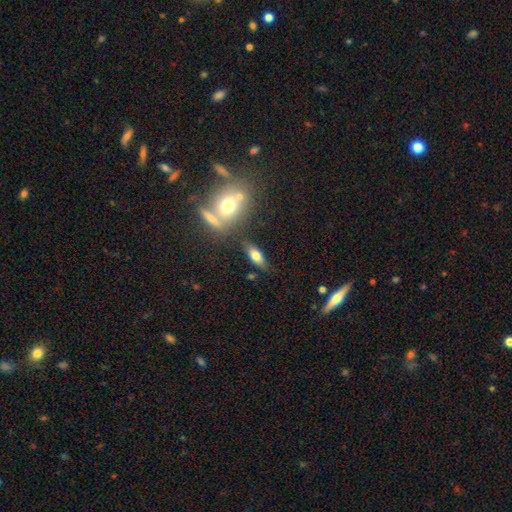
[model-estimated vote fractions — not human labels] smooth_or_featured: smooth (p=0.67) [alt: featured or disk p=0.23]
how_rounded: in between (p=0.75) [alt: cigar-shaped p=0.20]
merging: none (p=0.72) [alt: minor disturbance p=0.15]